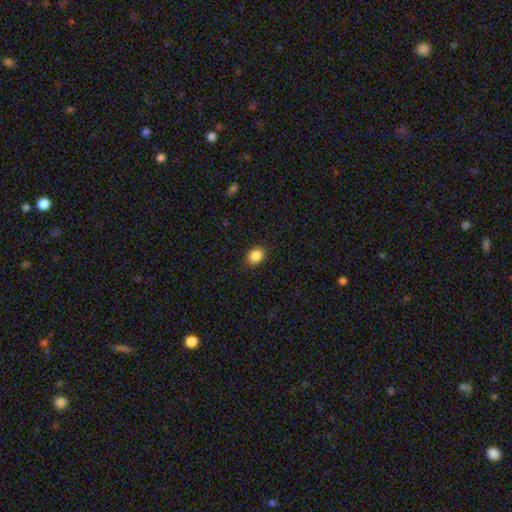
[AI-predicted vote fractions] This appears to be a smooth galaxy with no disk features (87%) that is in between round and cigar-shaped (56%). Merging: none (88%).